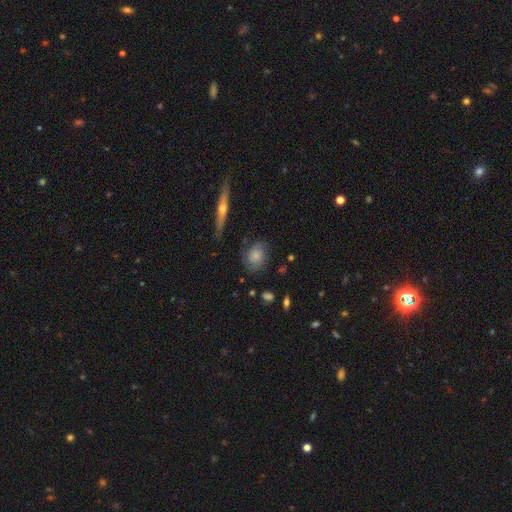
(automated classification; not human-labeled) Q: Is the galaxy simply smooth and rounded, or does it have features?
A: smooth — 52%.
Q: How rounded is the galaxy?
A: in between — 49%.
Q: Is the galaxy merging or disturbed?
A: none — 72%.